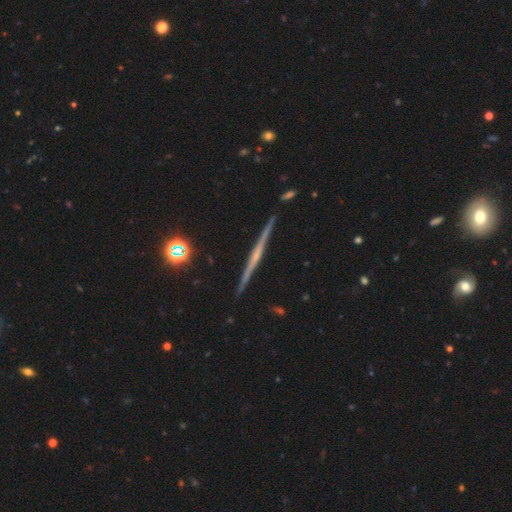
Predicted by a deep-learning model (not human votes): Smooth or featured? Predicted: featured or disk (p=0.78). Edge-on disk? Predicted: yes (p=0.98). Edge-on bulge? Predicted: none (p=0.51). Merging? Predicted: none (p=0.92).